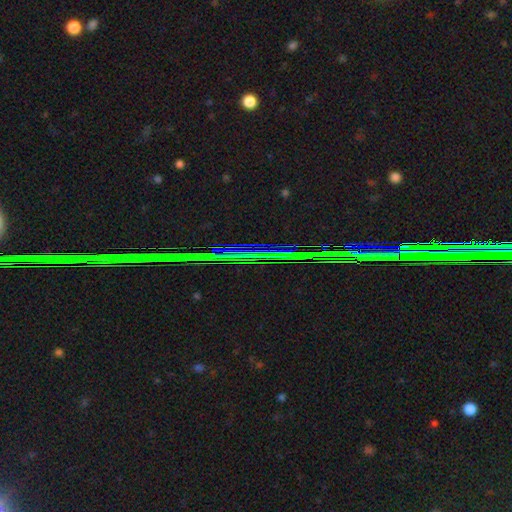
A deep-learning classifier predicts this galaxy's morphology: star or artifact 87%, featured or disk 8%, smooth 6%.